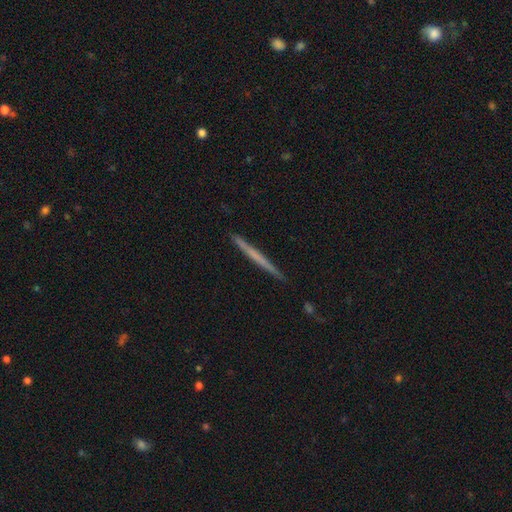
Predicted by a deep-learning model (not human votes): smooth_or_featured: featured or disk (p=0.51) [alt: smooth p=0.44]
disk_edge_on: yes (p=0.98) [alt: no p=0.02]
merging: none (p=0.92) [alt: minor disturbance p=0.06]